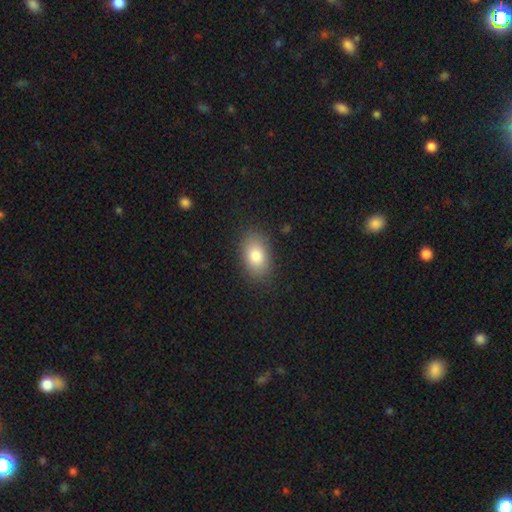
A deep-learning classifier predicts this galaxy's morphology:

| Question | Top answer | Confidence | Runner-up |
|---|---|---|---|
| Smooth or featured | smooth | 83% | featured or disk (9%) |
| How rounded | in between | 89% | round (9%) |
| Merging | none | 85% | minor disturbance (11%) |